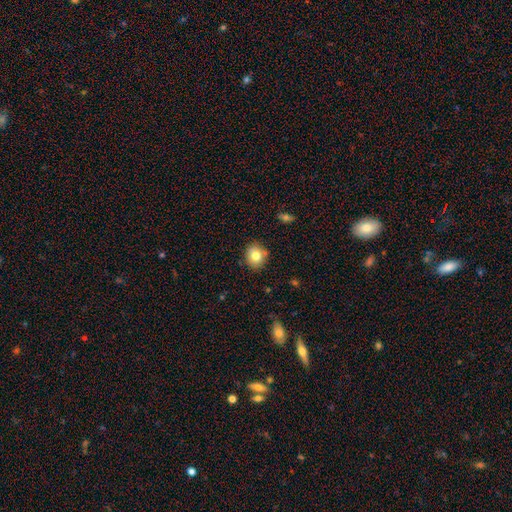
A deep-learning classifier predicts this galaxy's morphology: A smooth galaxy with no disk features (79%) that is round (74%). Merging: none (84%).